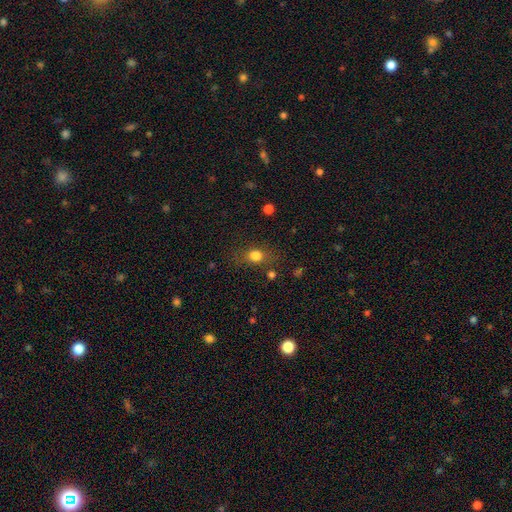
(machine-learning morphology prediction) Overall: smooth (79%). How rounded: round (50%; in between 47%). Merging: none (69%).